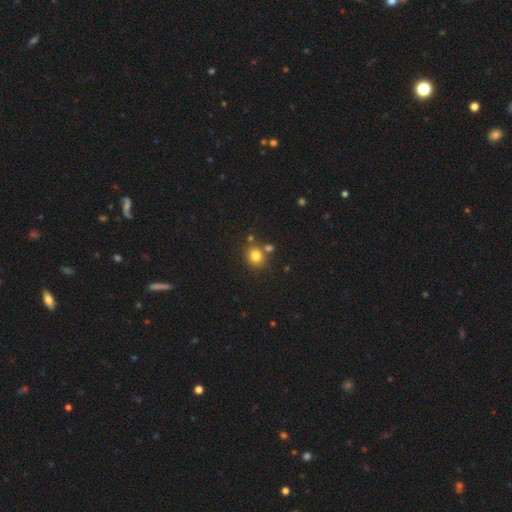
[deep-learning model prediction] A smooth galaxy with no disk features (80%) that is round (78%). Merging: none (72%).